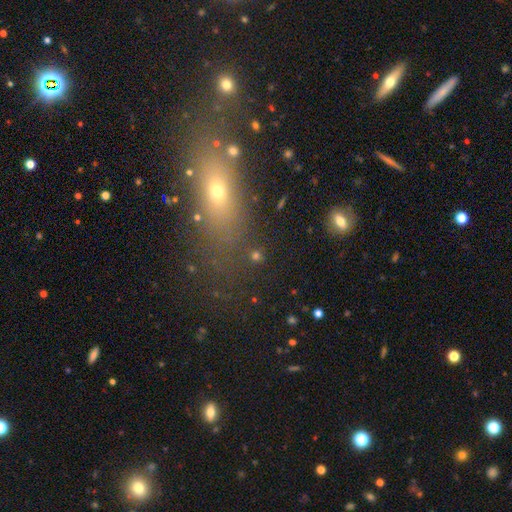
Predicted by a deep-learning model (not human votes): smooth-or-featured: smooth: 59% | star or artifact: 30% | featured or disk: 12%
  how-rounded: round: 66% | in between: 29% | cigar-shaped: 5%
  merging: none: 73% | minor disturbance: 11% | merger: 8% | major disturbance: 8%